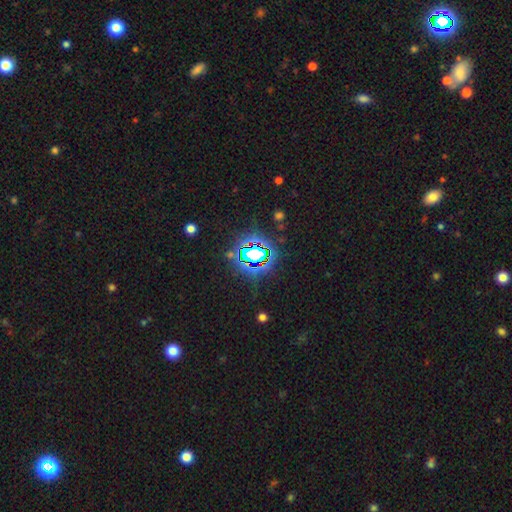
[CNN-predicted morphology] A star or artifact, not a galaxy (82%).